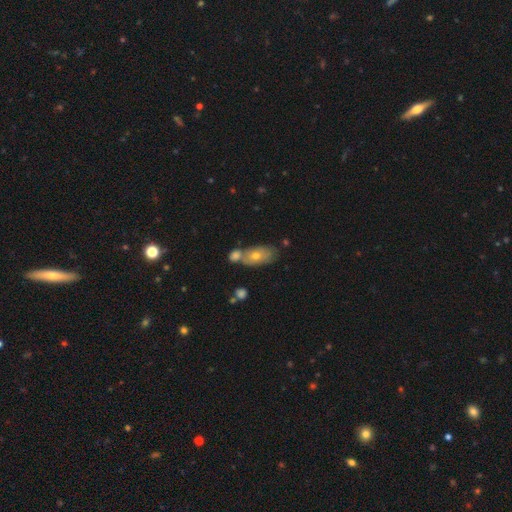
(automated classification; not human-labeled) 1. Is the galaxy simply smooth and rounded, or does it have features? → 60% smooth, 31% featured or disk, 9% star or artifact.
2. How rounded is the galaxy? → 86% in between, 8% round, 5% cigar-shaped.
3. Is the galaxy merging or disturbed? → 43% none, 39% merger, 13% minor disturbance, 4% major disturbance.